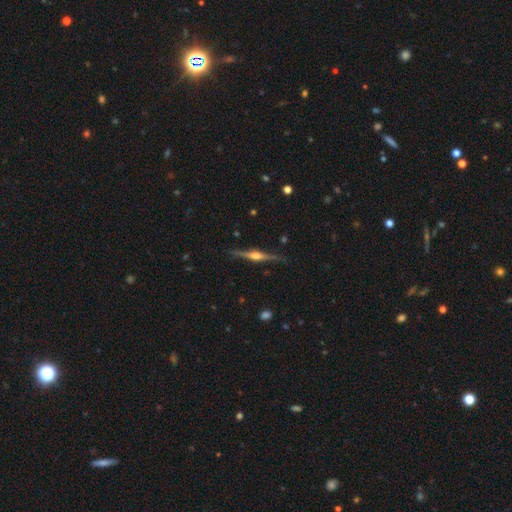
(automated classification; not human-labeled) Smooth or featured? featured or disk (82%)
Edge-on disk? yes (98%)
Edge-on bulge? rounded (90%)
Merging? none (88%)